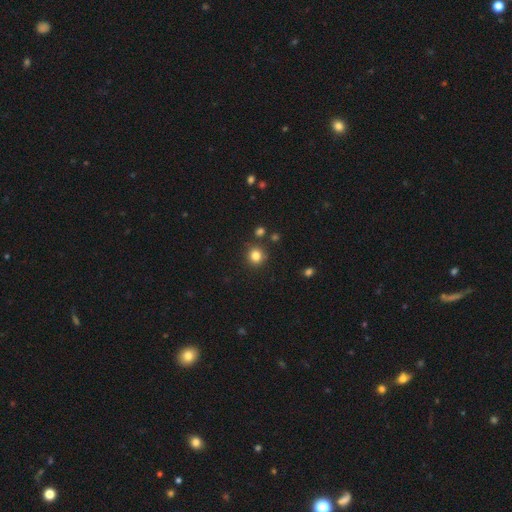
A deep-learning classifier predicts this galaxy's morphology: Smooth or featured: smooth — 81% (star or artifact — 13%)
How rounded: round — 91% (in between — 8%)
Merging: none — 86% (minor disturbance — 8%)